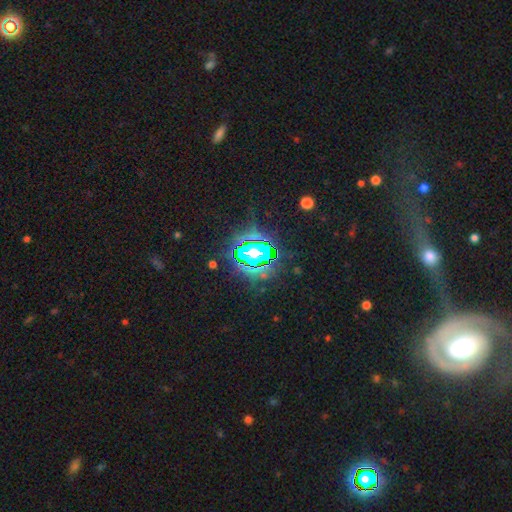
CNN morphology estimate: The model was most divided on "smooth or featured": star or artifact: 79%, smooth: 12%, featured or disk: 9%.